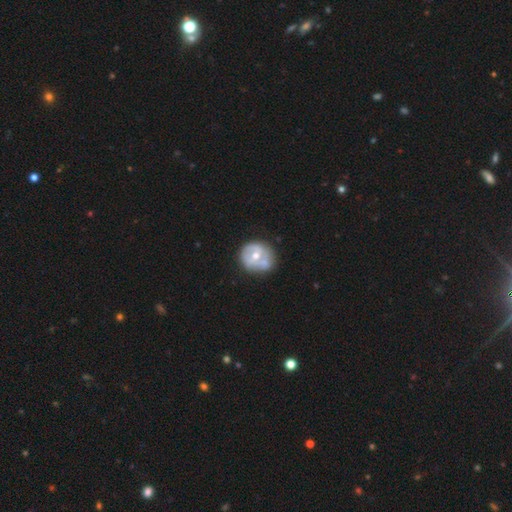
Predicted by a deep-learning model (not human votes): The model was most divided on "smooth or featured": featured or disk: 55%, smooth: 39%, star or artifact: 6%. More confident: edge-on disk — no (97%); bulge size — moderate (73%); bar — no (72%); spiral arms — no (66%); merging — none (55%).